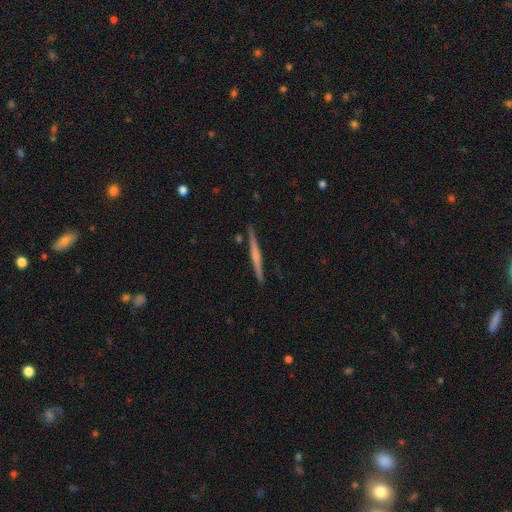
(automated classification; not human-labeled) The model was most divided on "edge-on bulge": none: 46%, rounded: 40%, boxy: 14%. More confident: edge-on disk — yes (98%); merging — none (90%); smooth or featured — featured or disk (62%).